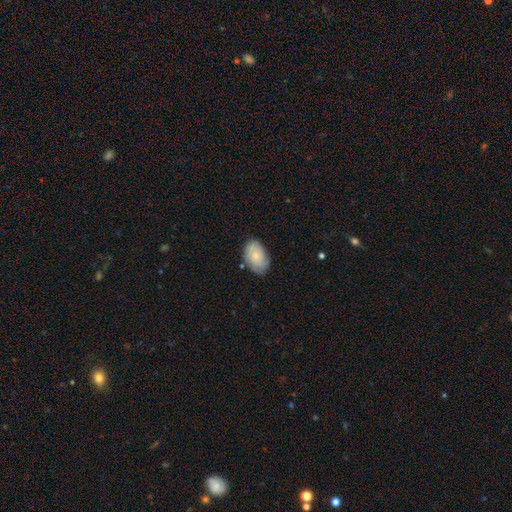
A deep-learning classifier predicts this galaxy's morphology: smooth-or-featured: smooth: 70% | featured or disk: 23% | star or artifact: 7%
  how-rounded: in between: 90% | round: 9% | cigar-shaped: 1%
  merging: none: 76% | minor disturbance: 19% | major disturbance: 3% | merger: 2%